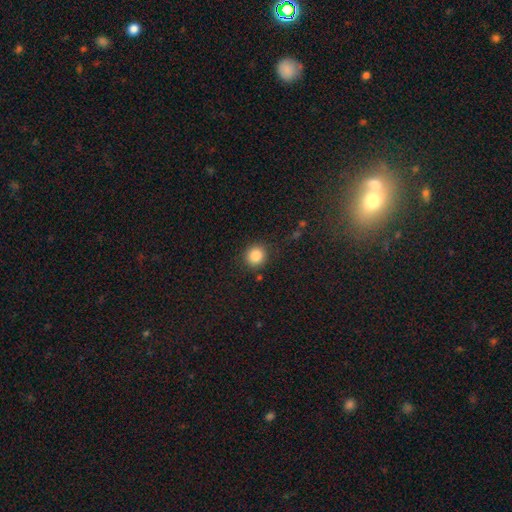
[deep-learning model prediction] A smooth galaxy with no disk features (85%) that is round (89%). Merging: none (87%).